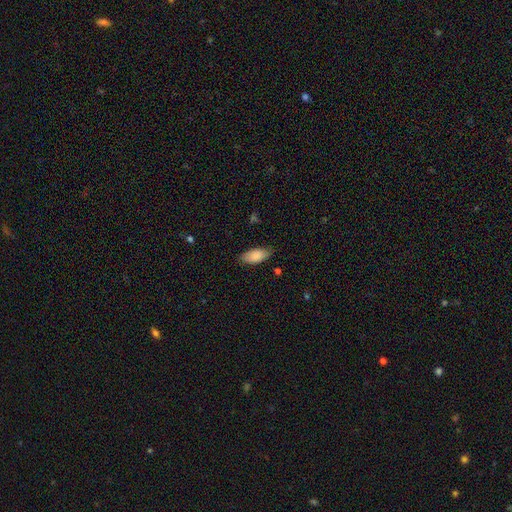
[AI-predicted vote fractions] A smooth galaxy with no disk features (87%) that is in between round and cigar-shaped (89%). Merging: none (81%).